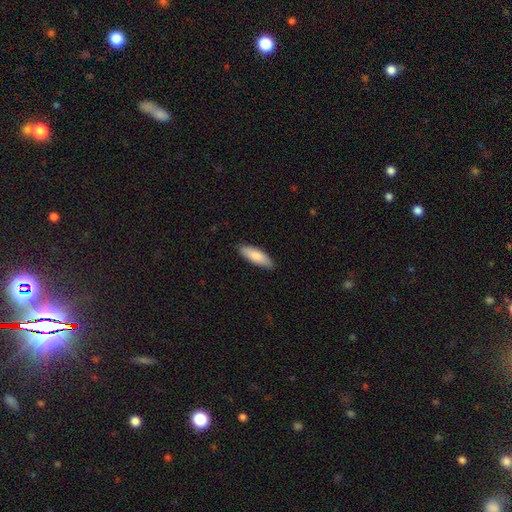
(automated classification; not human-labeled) Smooth or featured: smooth — 85% (featured or disk — 10%)
How rounded: in between — 58% (cigar-shaped — 41%)
Merging: none — 87% (minor disturbance — 10%)